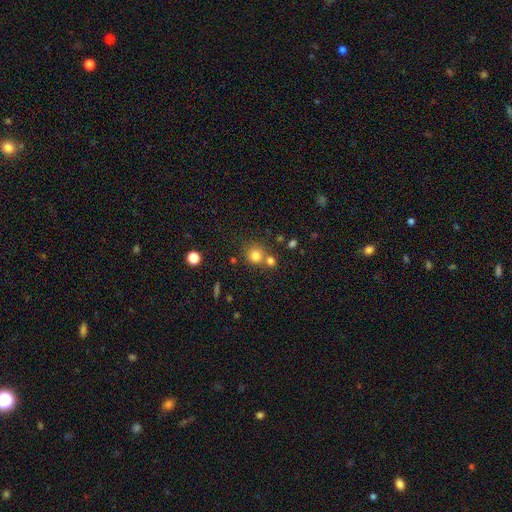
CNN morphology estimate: Smooth or featured?
  - smooth: 79% *
  - star or artifact: 13%
  - featured or disk: 8%
How rounded?
  - round: 88% *
  - in between: 11%
  - cigar-shaped: 1%
Merging?
  - none: 60% *
  - merger: 28%
  - minor disturbance: 9%
  - major disturbance: 4%